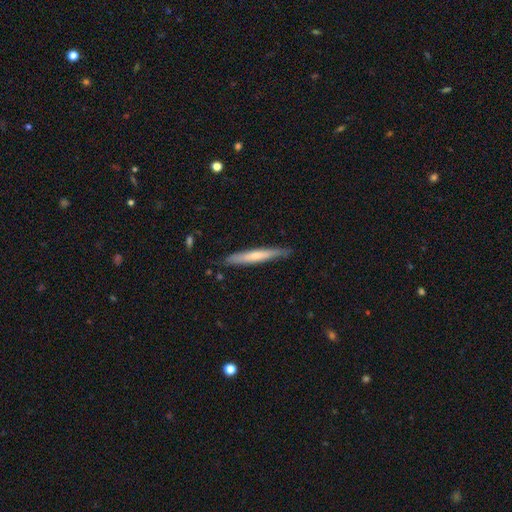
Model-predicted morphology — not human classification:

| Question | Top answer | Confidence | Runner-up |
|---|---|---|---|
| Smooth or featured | smooth | 53% | featured or disk (41%) |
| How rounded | cigar-shaped | 95% | in between (4%) |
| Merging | none | 83% | minor disturbance (13%) |